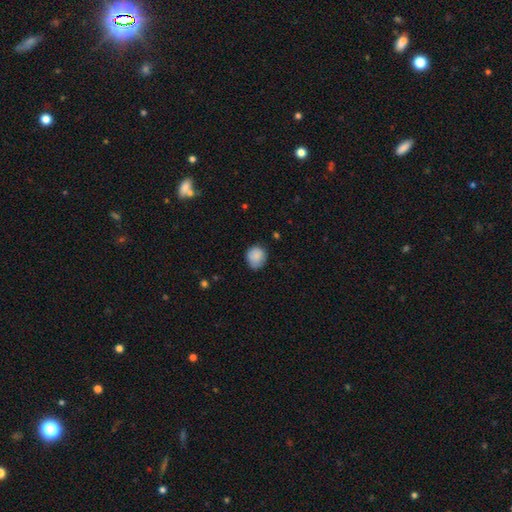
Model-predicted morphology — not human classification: smooth_or_featured: smooth (p=0.87) [alt: star or artifact p=0.08]
how_rounded: round (p=0.78) [alt: in between p=0.21]
merging: none (p=0.73) [alt: minor disturbance p=0.22]